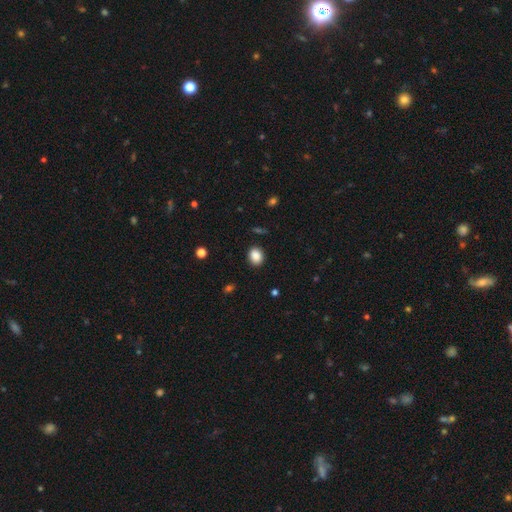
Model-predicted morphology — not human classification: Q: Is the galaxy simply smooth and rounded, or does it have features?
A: smooth — 87%.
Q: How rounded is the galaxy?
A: in between — 50%.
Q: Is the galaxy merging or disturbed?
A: none — 88%.